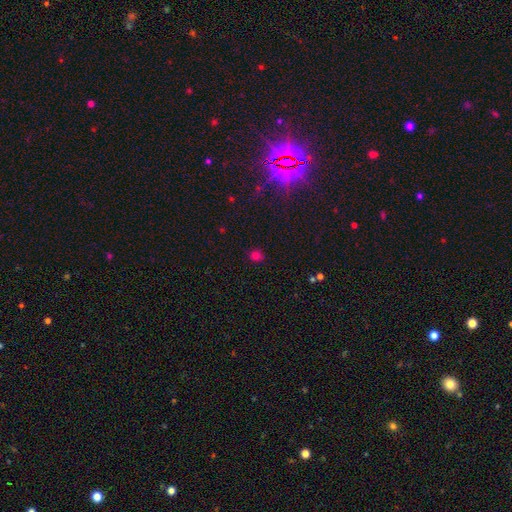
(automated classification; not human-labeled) smooth-or-featured: smooth: 70% | star or artifact: 26% | featured or disk: 5%
  how-rounded: round: 77% | in between: 22% | cigar-shaped: 1%
  merging: none: 85% | minor disturbance: 10% | major disturbance: 3% | merger: 2%